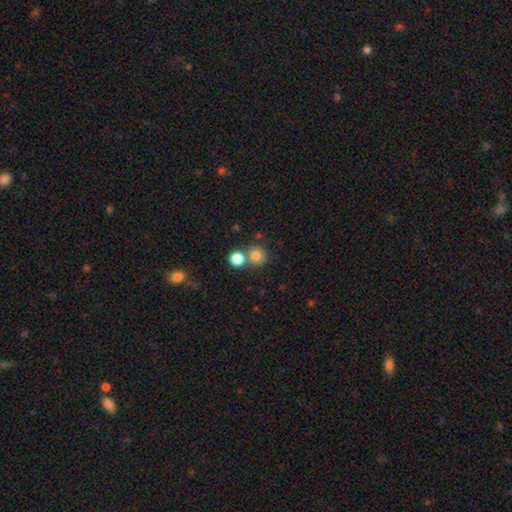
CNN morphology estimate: A smooth galaxy with no disk features (79%) that is round (89%). Merging: none (64%).